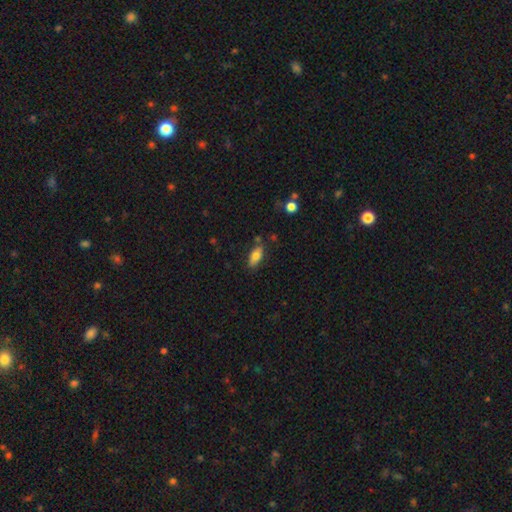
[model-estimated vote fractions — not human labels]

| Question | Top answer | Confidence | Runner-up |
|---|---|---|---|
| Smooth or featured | smooth | 75% | featured or disk (17%) |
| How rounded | in between | 82% | cigar-shaped (15%) |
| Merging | none | 75% | minor disturbance (17%) |